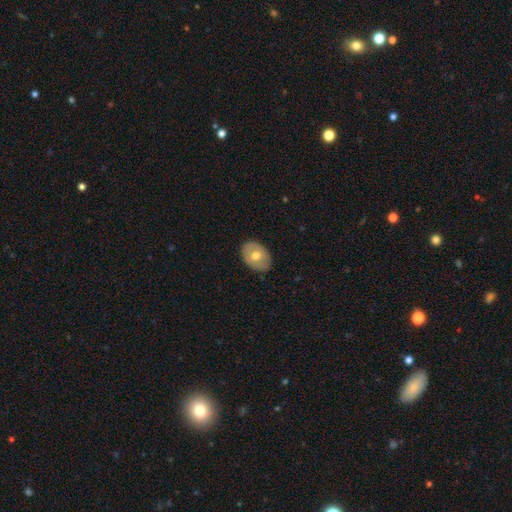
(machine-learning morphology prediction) This appears to be a smooth galaxy with no disk features (58%) that is in between round and cigar-shaped (75%). Merging: none (84%).